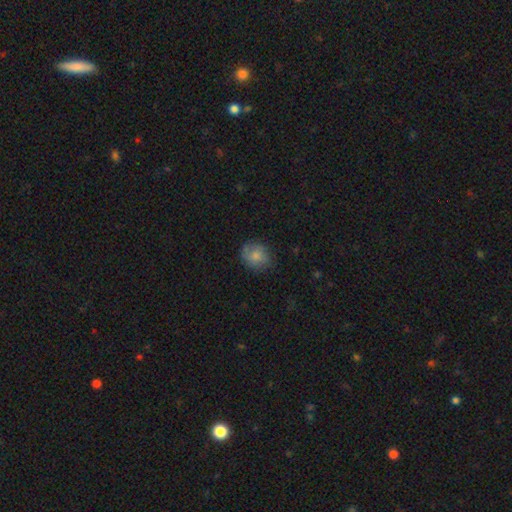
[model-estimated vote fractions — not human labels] Smooth or featured?
  - smooth: 74% *
  - featured or disk: 17%
  - star or artifact: 8%
How rounded?
  - round: 74% *
  - in between: 25%
  - cigar-shaped: 1%
Merging?
  - none: 73% *
  - minor disturbance: 20%
  - major disturbance: 6%
  - merger: 1%